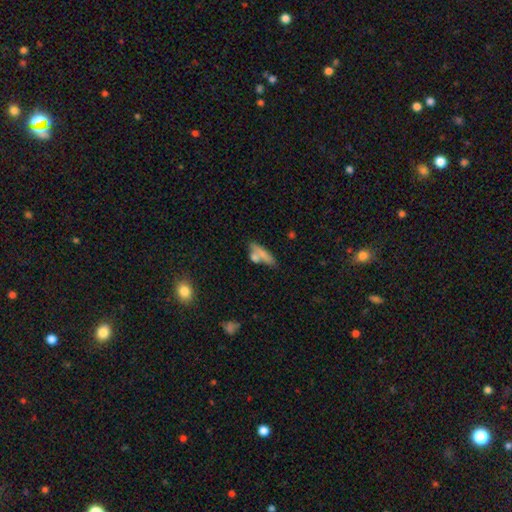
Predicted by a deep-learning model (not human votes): Morphology: type=smooth (69%); roundness=cigar-shaped (51%); merging=none (47%).